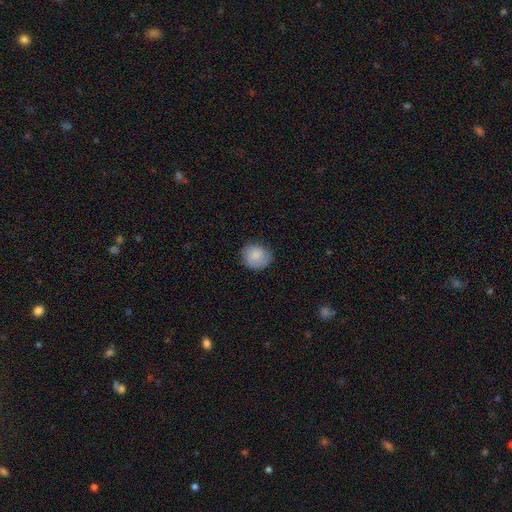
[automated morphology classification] smooth_or_featured: smooth (p=0.81) [alt: featured or disk p=0.12]
how_rounded: round (p=0.80) [alt: in between p=0.19]
merging: none (p=0.78) [alt: minor disturbance p=0.17]